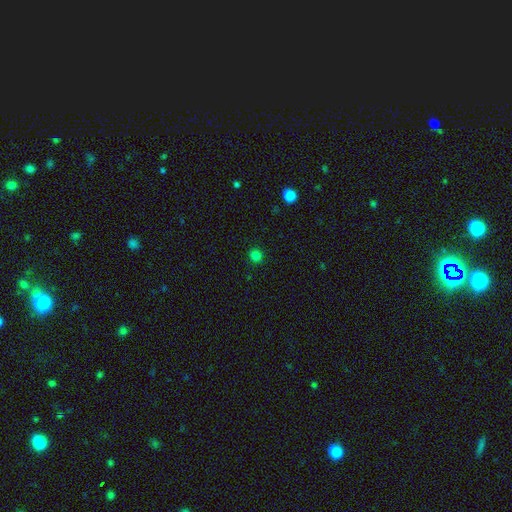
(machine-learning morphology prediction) Smooth or featured: smooth — 80% (star or artifact — 16%)
How rounded: round — 90% (in between — 9%)
Merging: none — 91% (minor disturbance — 6%)